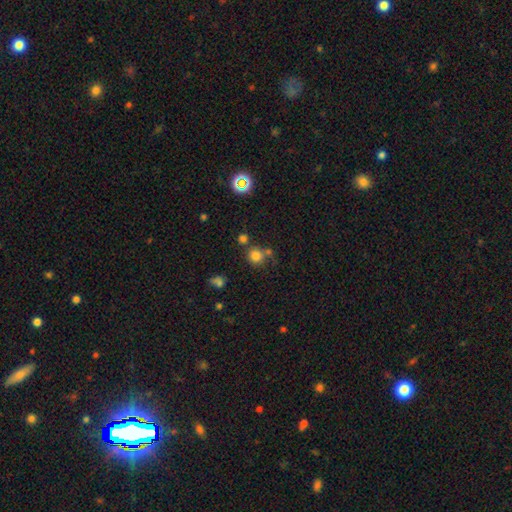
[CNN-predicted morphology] This appears to be a smooth galaxy with no disk features (77%) that is round (89%). Merging: none (67%).